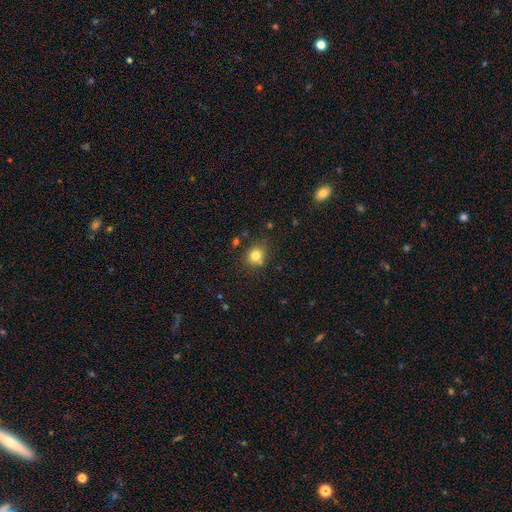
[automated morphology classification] Smooth or featured? Predicted: smooth (p=0.79). How rounded? Predicted: round (p=0.75). Merging? Predicted: none (p=0.75).